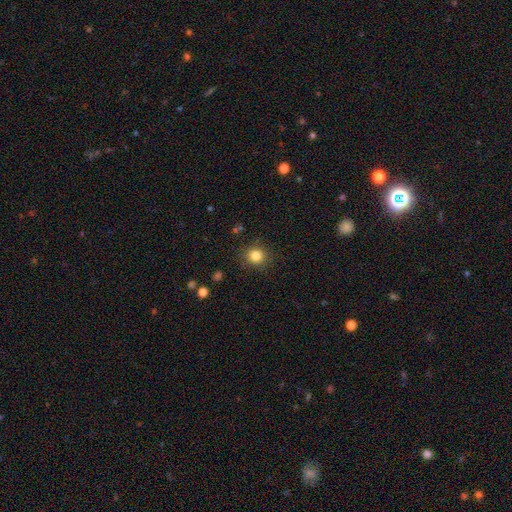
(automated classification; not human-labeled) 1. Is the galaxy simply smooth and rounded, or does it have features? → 83% smooth, 11% star or artifact, 5% featured or disk.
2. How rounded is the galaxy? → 86% round, 13% in between, 1% cigar-shaped.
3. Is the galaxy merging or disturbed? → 87% none, 8% minor disturbance, 3% major disturbance, 1% merger.